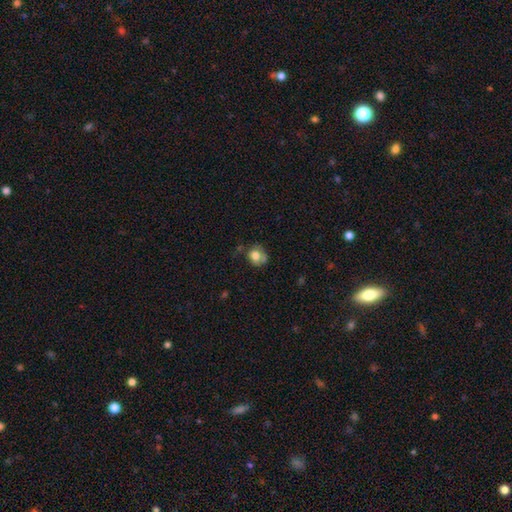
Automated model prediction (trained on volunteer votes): Q: Smooth or featured?
A: smooth (69%); runner-up: featured or disk (21%)
Q: How rounded?
A: round (61%); runner-up: in between (38%)
Q: Merging?
A: none (43%); runner-up: minor disturbance (31%)